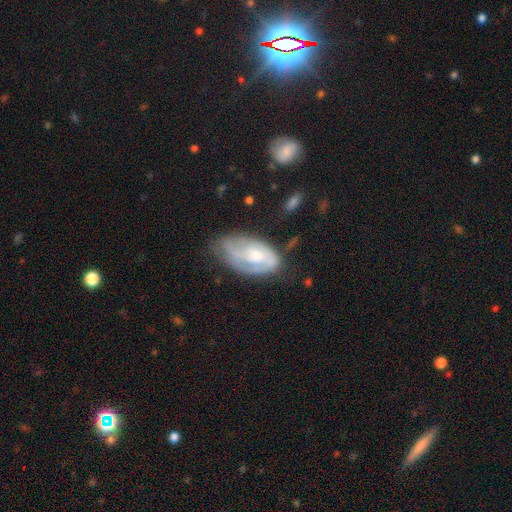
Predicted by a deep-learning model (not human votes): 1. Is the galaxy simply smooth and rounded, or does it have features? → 67% featured or disk, 28% smooth, 6% star or artifact.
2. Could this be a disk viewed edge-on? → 95% no, 5% yes.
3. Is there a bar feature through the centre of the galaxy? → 64% no, 31% weak, 5% strong.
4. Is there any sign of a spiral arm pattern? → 82% yes, 18% no.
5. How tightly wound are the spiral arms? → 46% tight, 38% medium, 16% loose.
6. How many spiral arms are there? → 36% 2, 32% can't tell, 20% 1, 8% 3, 2% 4, 2% more than 4.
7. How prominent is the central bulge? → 51% moderate, 38% small, 6% large, 5% none, 1% dominant.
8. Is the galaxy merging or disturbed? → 47% none, 31% minor disturbance, 19% major disturbance, 3% merger.